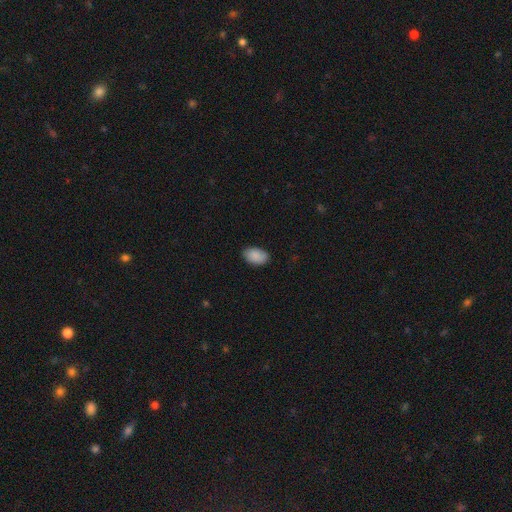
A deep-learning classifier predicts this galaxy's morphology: The model was most divided on "merging": none: 84%, minor disturbance: 12%, major disturbance: 2%, merger: 1%. More confident: how rounded — in between (92%); smooth or featured — smooth (90%).